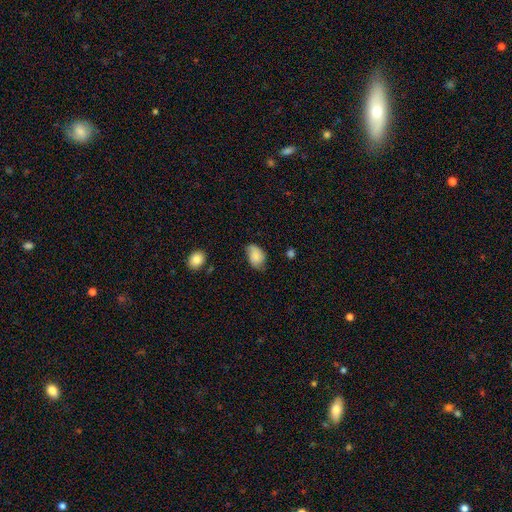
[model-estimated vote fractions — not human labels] This appears to be a smooth galaxy with no disk features (81%) that is in between round and cigar-shaped (87%). Merging: none (59%).